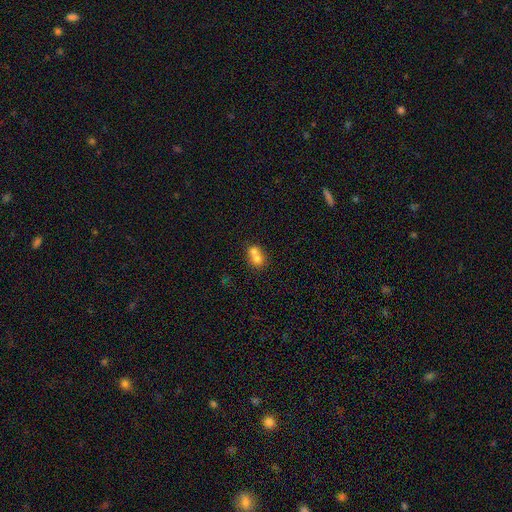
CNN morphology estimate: Q: Smooth or featured?
A: smooth (70%); runner-up: featured or disk (19%)
Q: How rounded?
A: round (63%); runner-up: in between (36%)
Q: Merging?
A: merger (70%); runner-up: none (22%)